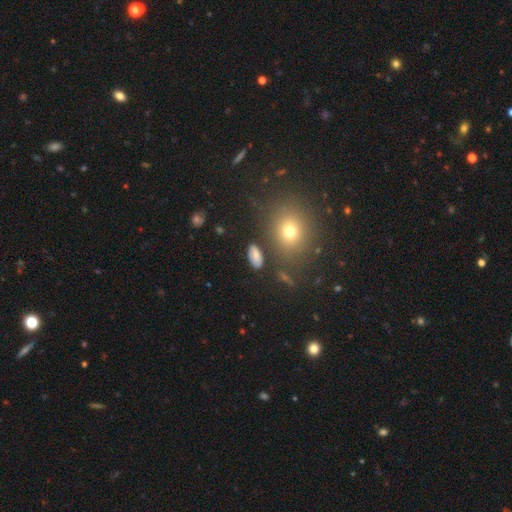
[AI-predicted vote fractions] A smooth galaxy with no disk features (76%) that is in between round and cigar-shaped (84%).

Vote fractions:
- Smooth or featured? smooth: 76% / star or artifact: 13% / featured or disk: 11%
- How rounded? in between: 84% / round: 8% / cigar-shaped: 7%
- Merging? none: 81% / minor disturbance: 11% / major disturbance: 4% / merger: 3%